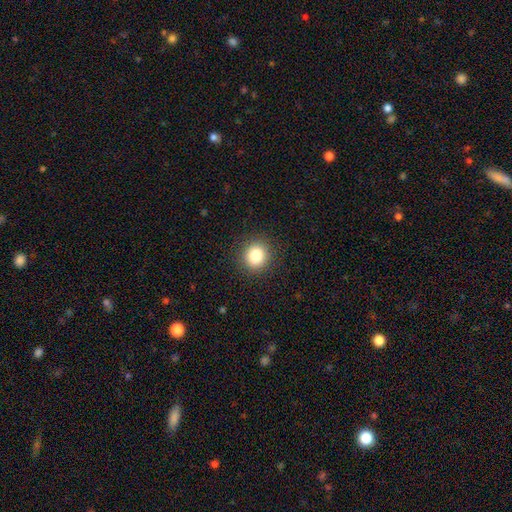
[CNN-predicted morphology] Smooth or featured?
  - smooth: 84% *
  - star or artifact: 10%
  - featured or disk: 6%
How rounded?
  - round: 87% *
  - in between: 12%
  - cigar-shaped: 1%
Merging?
  - none: 91% *
  - minor disturbance: 6%
  - major disturbance: 2%
  - merger: 1%